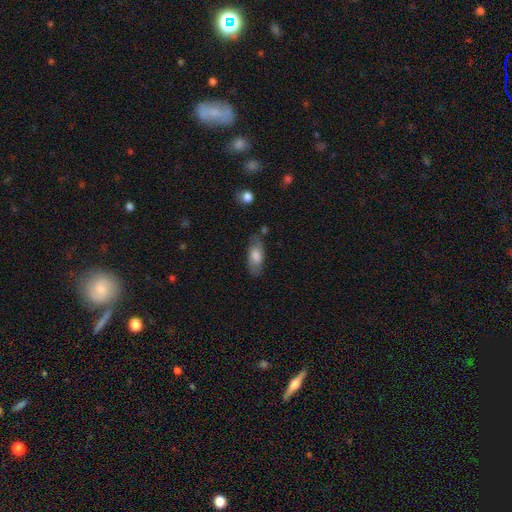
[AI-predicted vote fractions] A smooth galaxy with no disk features (68%) that is in between round and cigar-shaped (83%).

Vote fractions:
- Smooth or featured? smooth: 68% / featured or disk: 26% / star or artifact: 7%
- How rounded? in between: 83% / cigar-shaped: 14% / round: 3%
- Merging? none: 74% / minor disturbance: 18% / major disturbance: 5% / merger: 3%